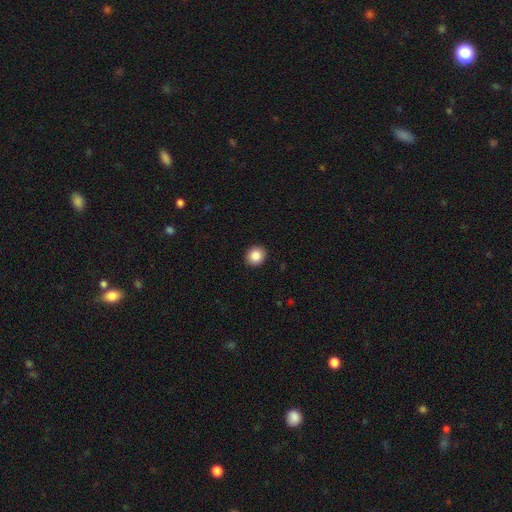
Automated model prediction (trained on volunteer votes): Smooth or featured? Predicted: smooth (p=0.87). How rounded? Predicted: round (p=0.78). Merging? Predicted: none (p=0.92).